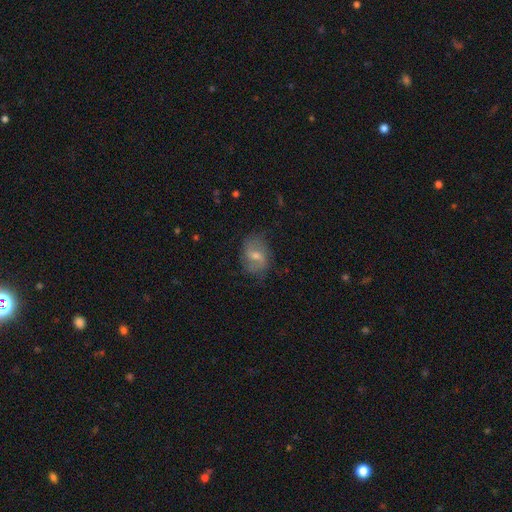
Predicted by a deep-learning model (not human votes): featured or disk 60%, smooth 30%, star or artifact 11%. Down the decision tree: edge-on disk — no (96%); bar — weak (54%); spiral arms — yes (81%); bulge size — moderate (52%); merging — none (73%).